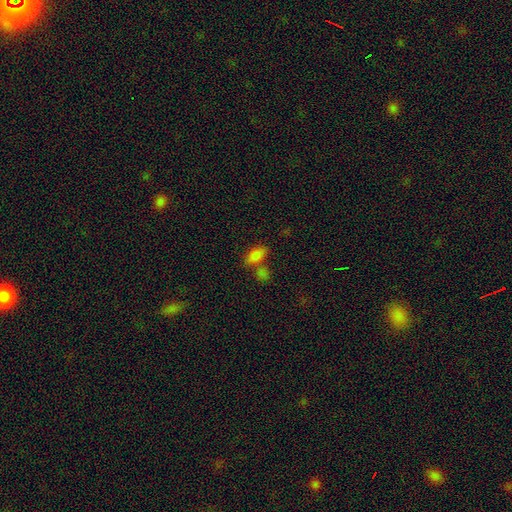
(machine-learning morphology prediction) Q: Smooth or featured?
A: smooth (80%); runner-up: star or artifact (11%)
Q: How rounded?
A: in between (86%); runner-up: cigar-shaped (8%)
Q: Merging?
A: none (49%); runner-up: merger (32%)